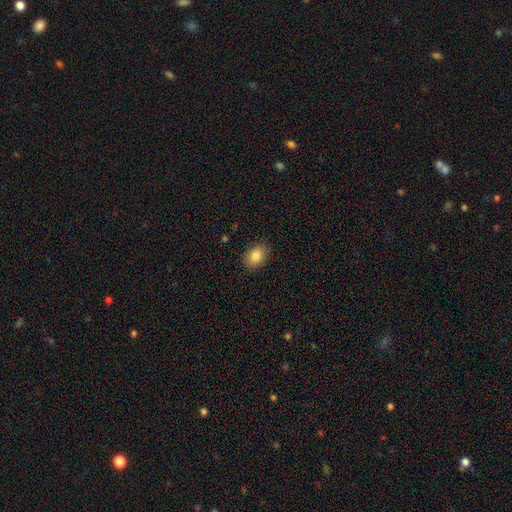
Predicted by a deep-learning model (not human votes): Q: Smooth or featured?
A: smooth (84%); runner-up: star or artifact (8%)
Q: How rounded?
A: in between (79%); runner-up: round (19%)
Q: Merging?
A: none (87%); runner-up: minor disturbance (9%)